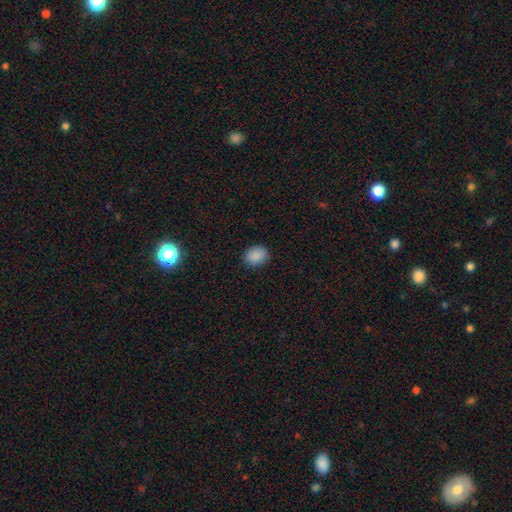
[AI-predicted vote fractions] smooth_or_featured: smooth (p=0.88) [alt: star or artifact p=0.09]
how_rounded: in between (p=0.52) [alt: round p=0.47]
merging: none (p=0.86) [alt: minor disturbance p=0.11]